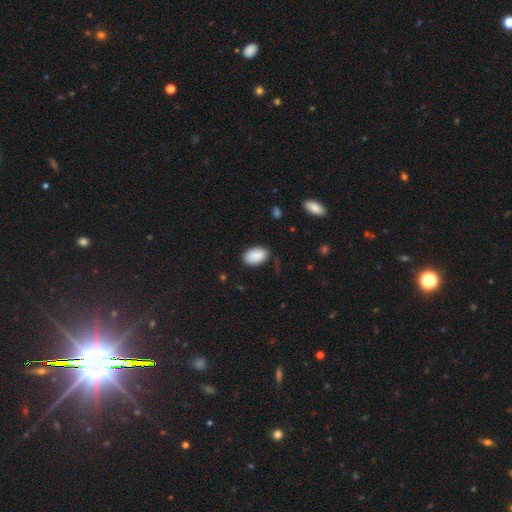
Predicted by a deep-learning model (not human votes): Smooth or featured? Predicted: smooth (p=0.89). How rounded? Predicted: in between (p=0.92). Merging? Predicted: none (p=0.78).